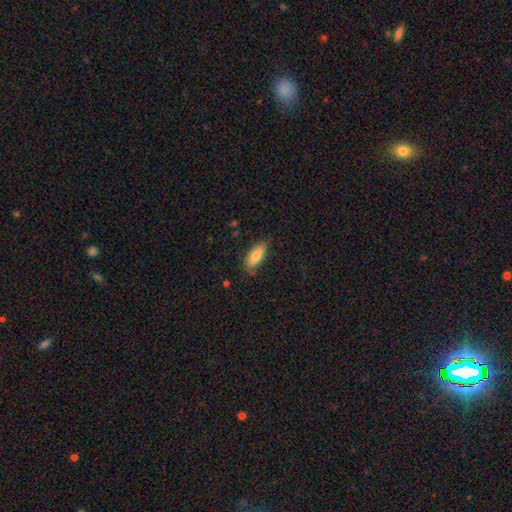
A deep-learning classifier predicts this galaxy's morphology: Smooth or featured: smooth — 79% (featured or disk — 15%)
How rounded: in between — 77% (cigar-shaped — 21%)
Merging: none — 76% (minor disturbance — 19%)